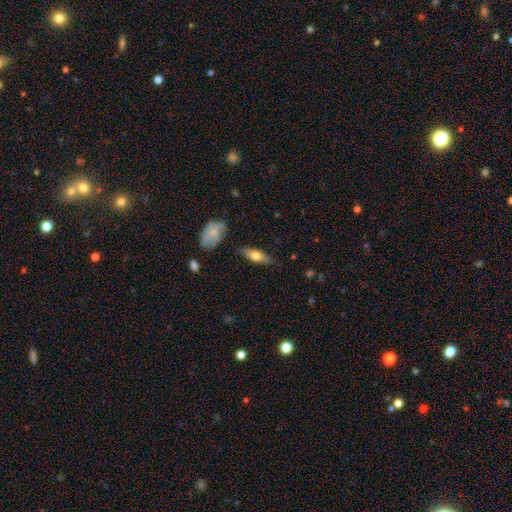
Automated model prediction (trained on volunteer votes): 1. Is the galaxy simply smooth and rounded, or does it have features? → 57% smooth, 37% featured or disk, 7% star or artifact.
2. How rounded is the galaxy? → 58% in between, 39% cigar-shaped, 3% round.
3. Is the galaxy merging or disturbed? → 79% none, 15% minor disturbance, 4% major disturbance, 2% merger.